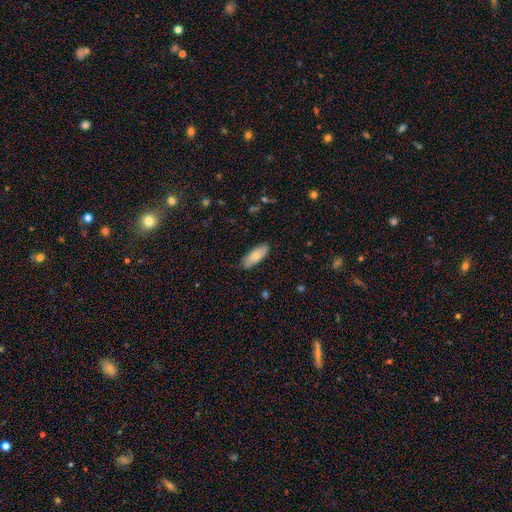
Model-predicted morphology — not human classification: A smooth galaxy with no disk features (75%) that is in between round and cigar-shaped (73%). Merging: none (84%).